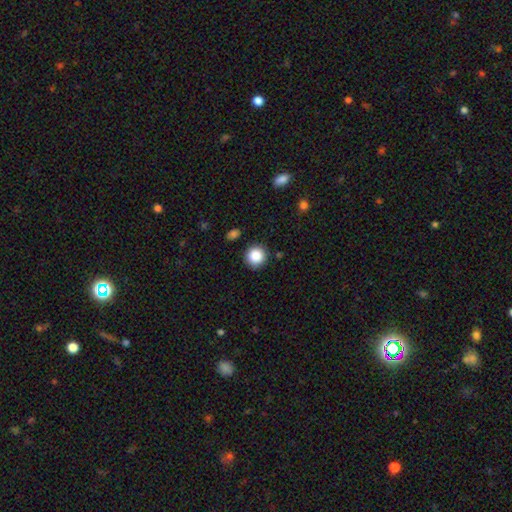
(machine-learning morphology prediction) smooth-or-featured: smooth: 87% | star or artifact: 9% | featured or disk: 3%
  how-rounded: round: 93% | in between: 6% | cigar-shaped: 1%
  merging: none: 89% | minor disturbance: 7% | major disturbance: 2% | merger: 2%